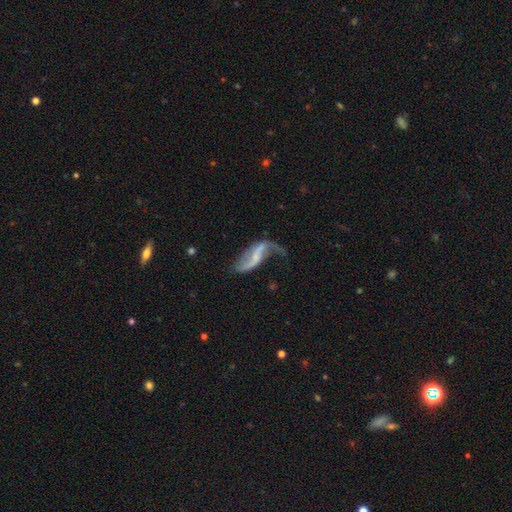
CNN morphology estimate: A featured or disk galaxy (83%) with a weak bar (40%), 2 (86%) loose (90%) spiral arms (90%) and a small central bulge (47%).

Vote fractions:
- Smooth or featured? featured or disk: 83% / smooth: 11% / star or artifact: 6%
- Edge-on disk? no: 94% / yes: 6%
- Bar? weak: 40% / strong: 31% / no: 29%
- Spiral arms? yes: 90% / no: 10%
- Spiral winding? loose: 90% / medium: 8% / tight: 2%
- Spiral arm count? 2: 86% / 1: 9% / can't tell: 3% / 3: 1% / 4: 1% / more than 4: 1%
- Bulge size? small: 47% / none: 35% / moderate: 15% / large: 2% / dominant: 1%
- Merging? none: 48% / major disturbance: 24% / minor disturbance: 23% / merger: 6%